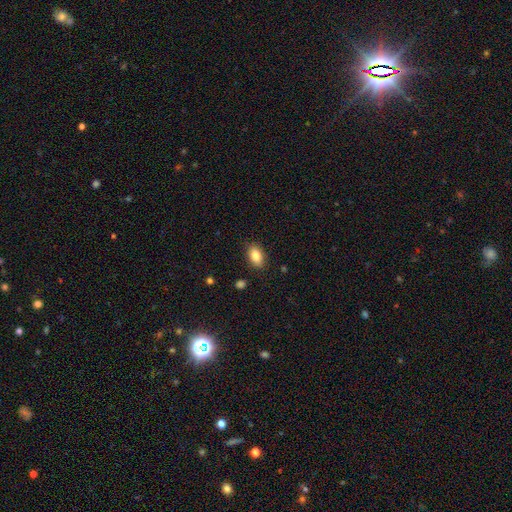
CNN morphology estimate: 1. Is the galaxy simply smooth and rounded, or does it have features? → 85% smooth, 8% star or artifact, 7% featured or disk.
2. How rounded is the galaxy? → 89% in between, 8% round, 3% cigar-shaped.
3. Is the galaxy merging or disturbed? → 86% none, 10% minor disturbance, 2% major disturbance, 1% merger.